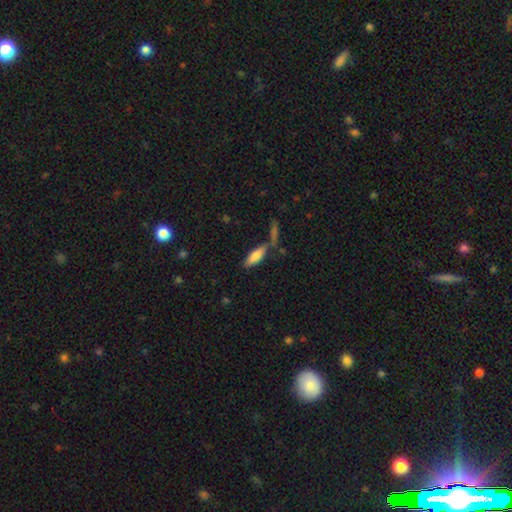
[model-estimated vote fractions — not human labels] The model was most divided on "how rounded": in between: 57%, cigar-shaped: 41%, round: 2%. More confident: smooth or featured — smooth (78%); merging — none (60%).